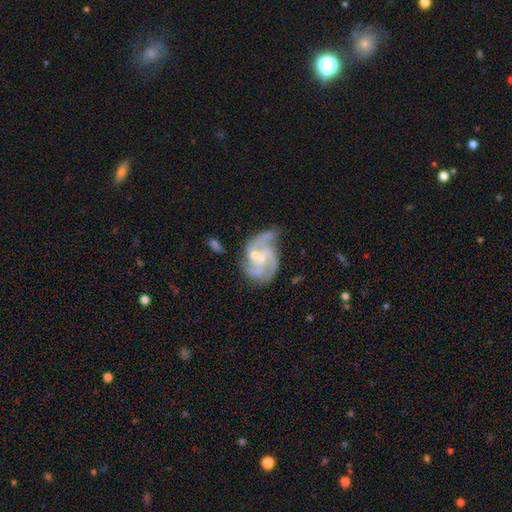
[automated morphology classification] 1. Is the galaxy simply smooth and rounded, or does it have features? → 88% featured or disk, 6% smooth, 6% star or artifact.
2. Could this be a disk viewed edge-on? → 98% no, 2% yes.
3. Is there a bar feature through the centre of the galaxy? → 58% no, 33% weak, 8% strong.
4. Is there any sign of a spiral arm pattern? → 97% yes, 3% no.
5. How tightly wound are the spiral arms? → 47% medium, 41% tight, 12% loose.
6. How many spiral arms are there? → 53% 3, 17% 4, 12% 2, 9% can't tell, 5% more than 4, 4% 1.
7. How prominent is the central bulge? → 57% small, 37% moderate, 4% none, 2% large, 1% dominant.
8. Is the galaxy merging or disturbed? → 54% none, 21% minor disturbance, 14% major disturbance, 11% merger.